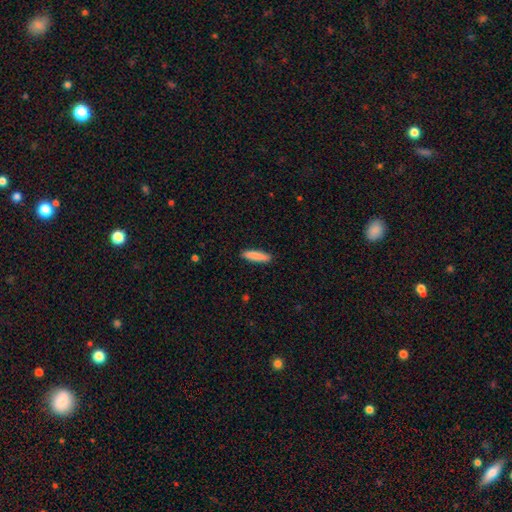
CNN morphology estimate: A smooth galaxy with no disk features (86%) that is cigar-shaped (82%). Merging: none (90%).